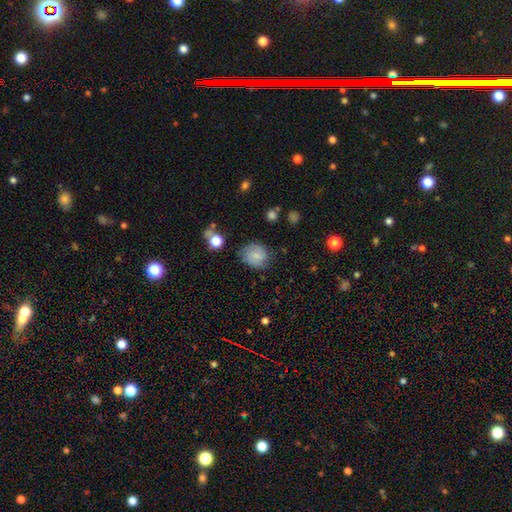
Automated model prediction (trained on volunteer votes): smooth_or_featured: smooth (p=0.72) [alt: featured or disk p=0.18]
how_rounded: round (p=0.75) [alt: in between p=0.25]
merging: none (p=0.71) [alt: minor disturbance p=0.20]